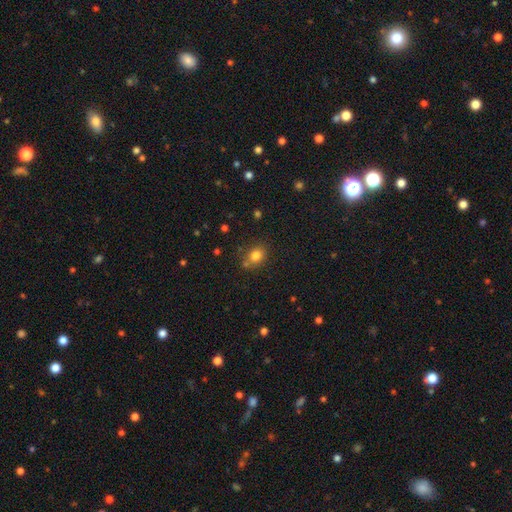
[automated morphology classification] Smooth or featured? Predicted: smooth (p=0.80). How rounded? Predicted: round (p=0.58). Merging? Predicted: none (p=0.70).